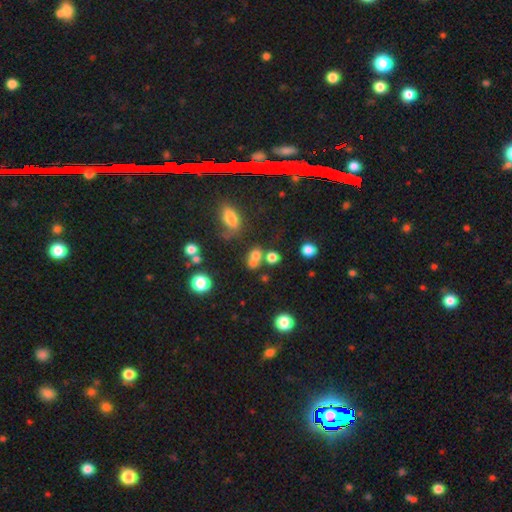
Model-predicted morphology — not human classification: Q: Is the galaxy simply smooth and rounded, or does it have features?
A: smooth — 70%.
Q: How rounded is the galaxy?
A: round — 53%.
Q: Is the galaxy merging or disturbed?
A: merger — 45%.